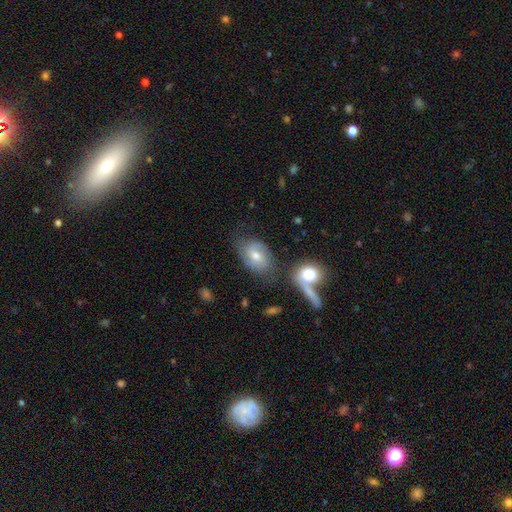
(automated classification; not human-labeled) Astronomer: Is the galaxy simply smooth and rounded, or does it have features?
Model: smooth — 48% (runner-up: featured or disk, 43%).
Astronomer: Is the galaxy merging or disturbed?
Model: none — 56%.